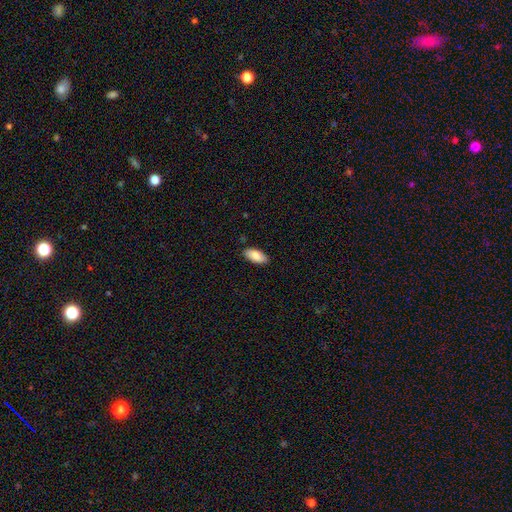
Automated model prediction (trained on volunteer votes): This appears to be a smooth galaxy with no disk features (84%) that is in between round and cigar-shaped (91%). Merging: none (86%).